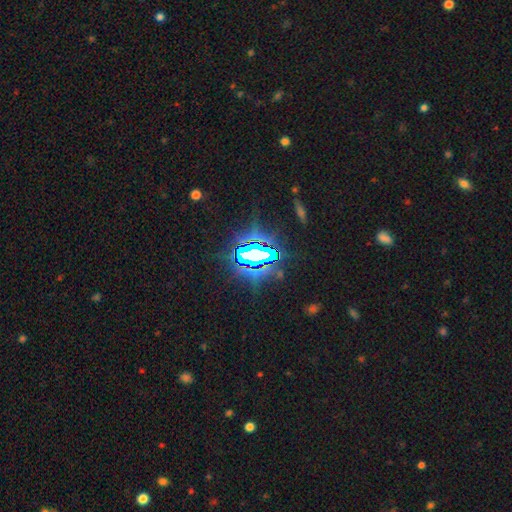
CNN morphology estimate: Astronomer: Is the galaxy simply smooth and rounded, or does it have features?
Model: star or artifact — 77%.